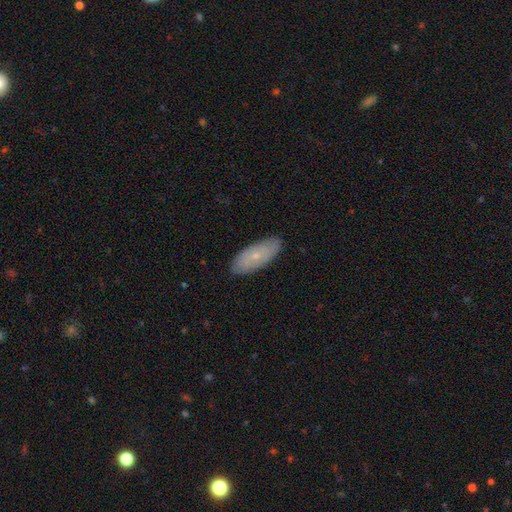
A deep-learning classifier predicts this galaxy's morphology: A smooth galaxy with no disk features (48%).

Vote fractions:
- Smooth or featured? smooth: 48% / featured or disk: 45% / star or artifact: 7%
- Merging? none: 85% / minor disturbance: 12% / major disturbance: 2% / merger: 1%